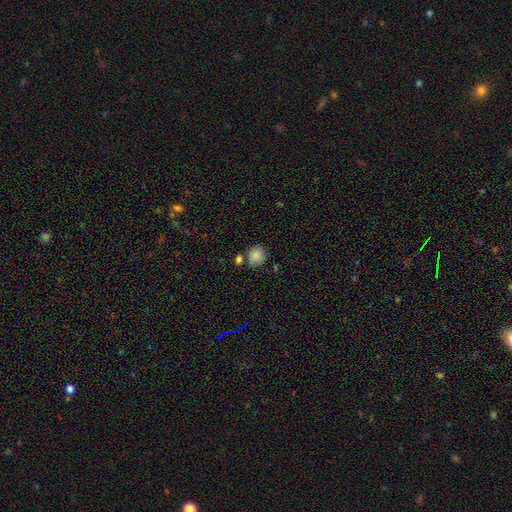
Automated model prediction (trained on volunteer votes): Smooth or featured? Predicted: smooth (p=0.85). How rounded? Predicted: round (p=0.81). Merging? Predicted: none (p=0.69).